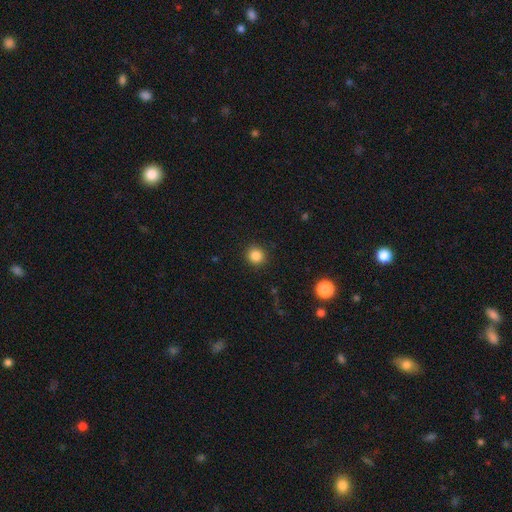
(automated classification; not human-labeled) A smooth galaxy with no disk features (85%) that is round (91%). Merging: none (91%).